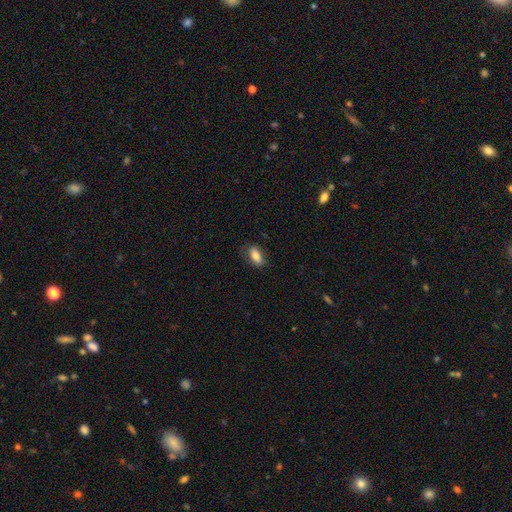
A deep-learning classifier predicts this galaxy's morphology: Smooth or featured?
  - smooth: 82% *
  - featured or disk: 10%
  - star or artifact: 8%
How rounded?
  - in between: 86% *
  - cigar-shaped: 10%
  - round: 5%
Merging?
  - none: 75% *
  - minor disturbance: 19%
  - major disturbance: 5%
  - merger: 1%